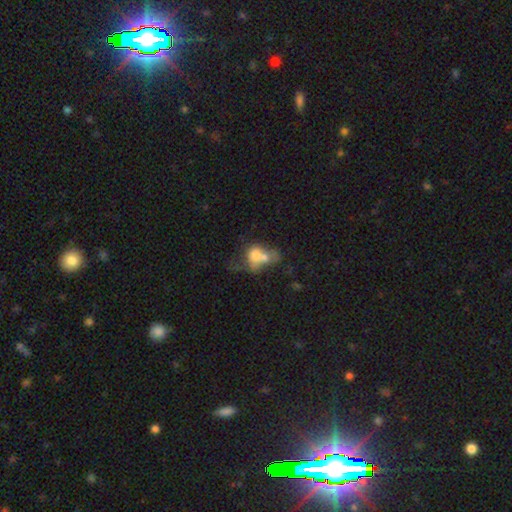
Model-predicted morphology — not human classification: A smooth galaxy with no disk features (61%) that is in between round and cigar-shaped (57%). Merging: merger (66%).